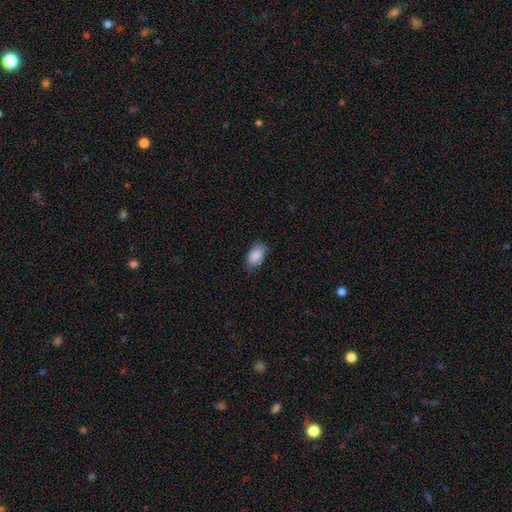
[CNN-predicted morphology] This is clearly a smooth galaxy (89%). How rounded: clearly in between (93%). Merging: likely none (77%).